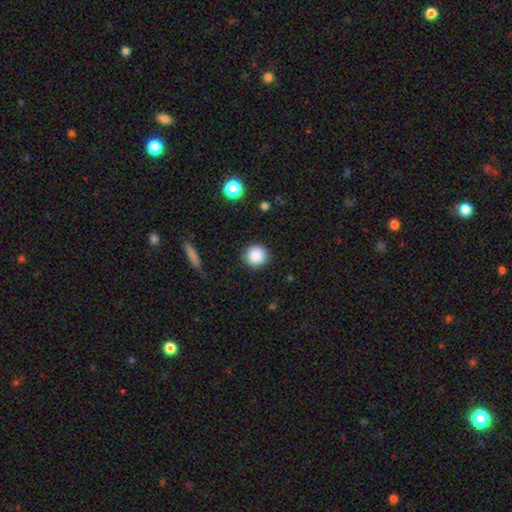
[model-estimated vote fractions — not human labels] Smooth or featured: smooth — 88% (star or artifact — 9%)
How rounded: round — 95% (in between — 4%)
Merging: none — 91% (minor disturbance — 6%)